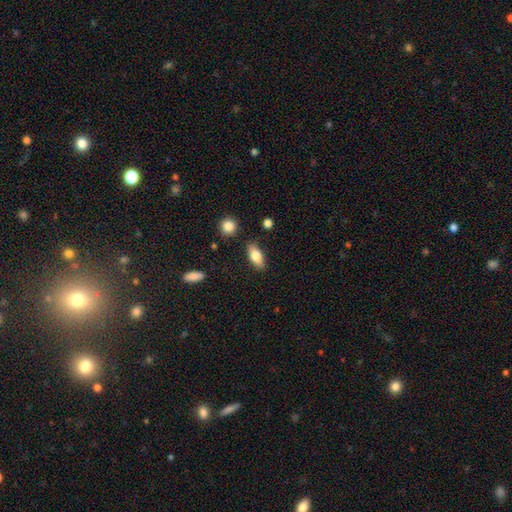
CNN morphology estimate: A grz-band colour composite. It shows a smooth galaxy with no disk features (75%) that is in between round and cigar-shaped (81%). Merging: none (84%).